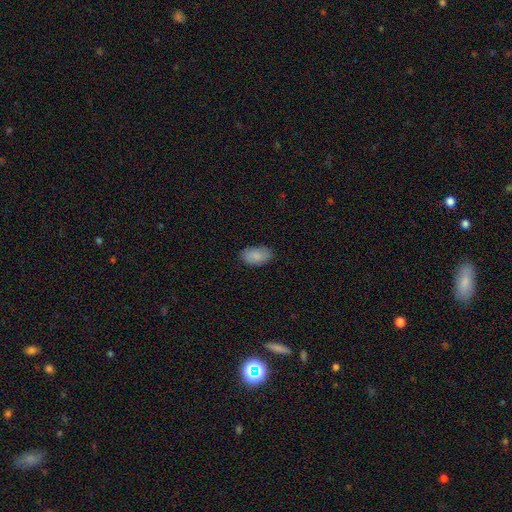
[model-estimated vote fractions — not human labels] smooth_or_featured: smooth (p=0.87) [alt: star or artifact p=0.06]
how_rounded: in between (p=0.94) [alt: round p=0.04]
merging: none (p=0.85) [alt: minor disturbance p=0.12]